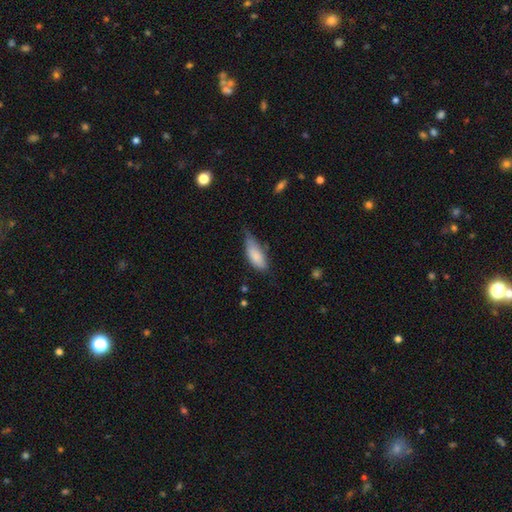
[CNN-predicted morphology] The model was most divided on "merging": minor disturbance: 48%, none: 37%, major disturbance: 12%, merger: 3%. More confident: smooth or featured — smooth (82%); how rounded — in between (78%).